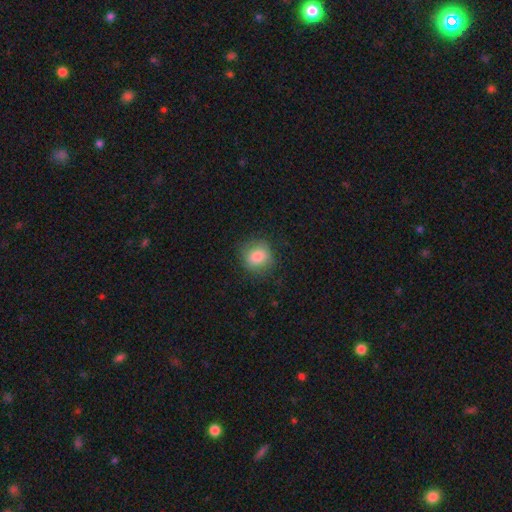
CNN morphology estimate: This is clearly a smooth galaxy (83%). How rounded: clearly round (81%). Merging: likely none (80%).